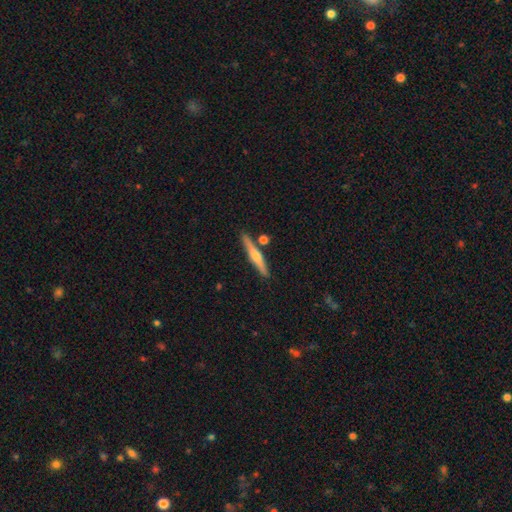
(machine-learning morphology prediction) Smooth or featured? featured or disk (59%)
Edge-on disk? yes (97%)
Edge-on bulge? rounded (85%)
Merging? none (86%)